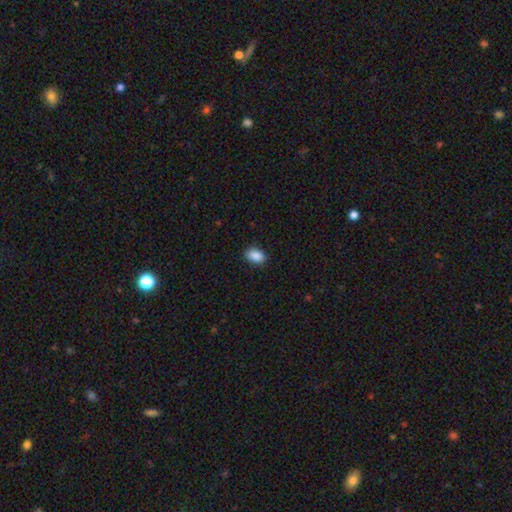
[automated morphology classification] Q: Smooth or featured?
A: smooth (89%); runner-up: star or artifact (8%)
Q: How rounded?
A: in between (88%); runner-up: round (11%)
Q: Merging?
A: none (89%); runner-up: minor disturbance (8%)